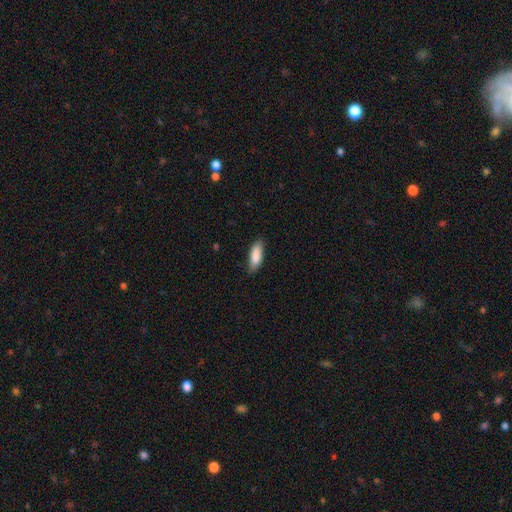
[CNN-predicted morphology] Smooth or featured? Predicted: smooth (p=0.87). How rounded? Predicted: in between (p=0.63). Merging? Predicted: none (p=0.80).